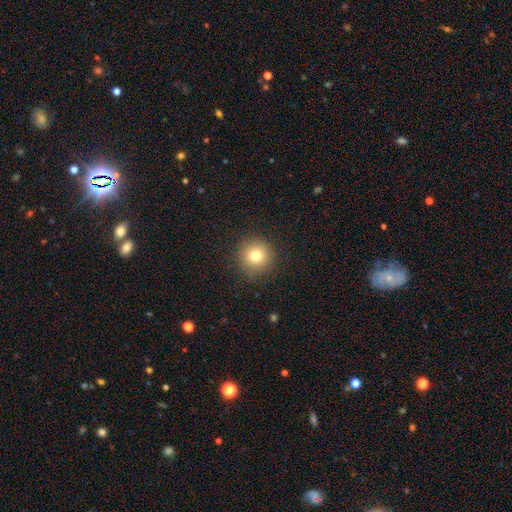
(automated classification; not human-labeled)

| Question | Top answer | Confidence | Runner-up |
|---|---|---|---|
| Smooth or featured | smooth | 79% | star or artifact (13%) |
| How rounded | round | 95% | in between (4%) |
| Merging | none | 90% | minor disturbance (6%) |